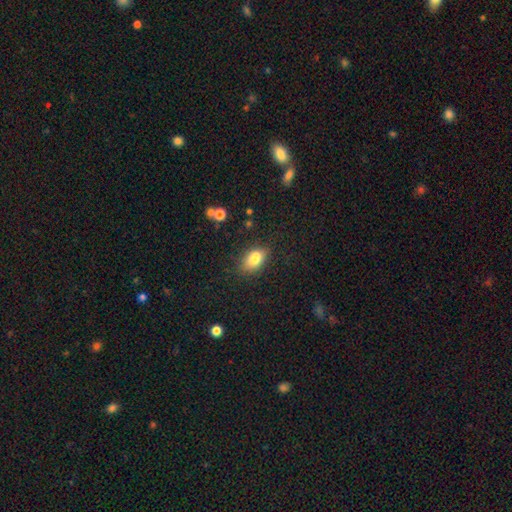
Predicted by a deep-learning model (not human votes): smooth-or-featured: smooth: 82% | star or artifact: 9% | featured or disk: 9%
  how-rounded: in between: 86% | round: 11% | cigar-shaped: 3%
  merging: none: 75% | minor disturbance: 18% | major disturbance: 4% | merger: 2%